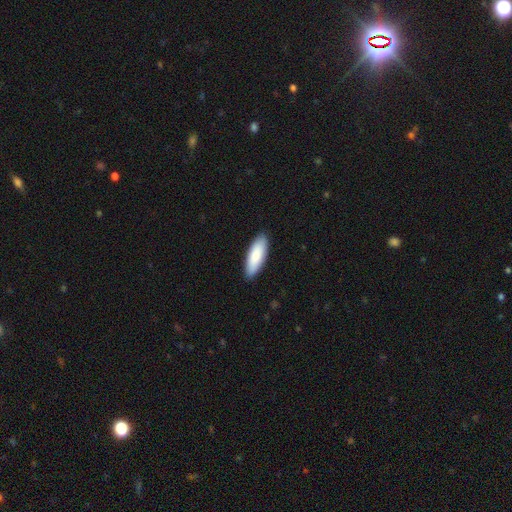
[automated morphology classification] Smooth or featured?
  - smooth: 81% *
  - featured or disk: 14%
  - star or artifact: 5%
How rounded?
  - in between: 68% *
  - cigar-shaped: 31%
  - round: 2%
Merging?
  - none: 90% *
  - minor disturbance: 8%
  - major disturbance: 2%
  - merger: 1%